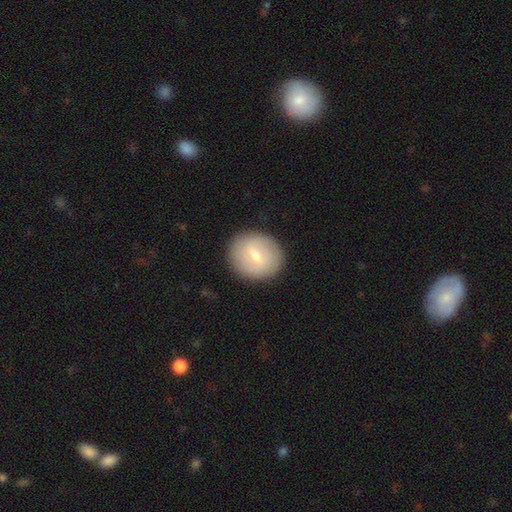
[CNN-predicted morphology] A smooth galaxy with no disk features (60%) that is round (81%). Merging: none (89%).